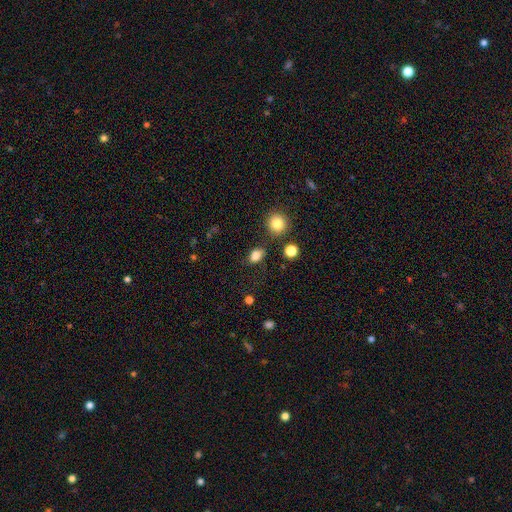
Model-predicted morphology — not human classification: smooth-or-featured: smooth: 81% | star or artifact: 13% | featured or disk: 6%
  how-rounded: in between: 74% | round: 24% | cigar-shaped: 3%
  merging: none: 67% | minor disturbance: 19% | major disturbance: 7% | merger: 7%